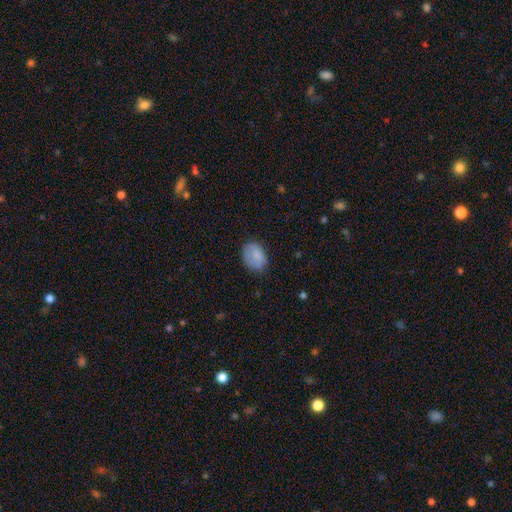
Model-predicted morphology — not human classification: Smooth or featured: smooth — 80% (featured or disk — 13%)
How rounded: in between — 74% (round — 25%)
Merging: none — 68% (minor disturbance — 23%)